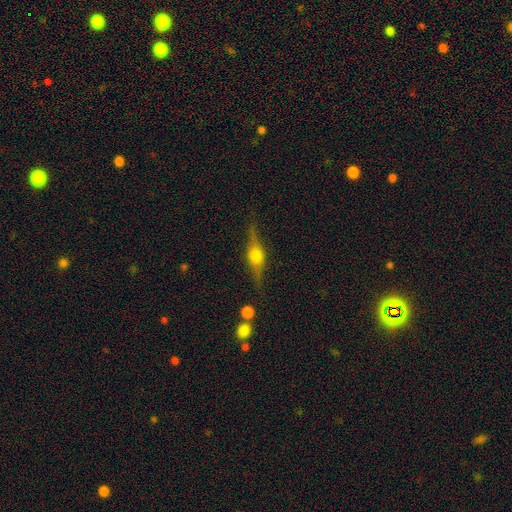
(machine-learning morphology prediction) Q: Smooth or featured?
A: featured or disk (74%); runner-up: smooth (19%)
Q: Edge-on disk?
A: yes (95%); runner-up: no (5%)
Q: Edge-on bulge?
A: rounded (94%); runner-up: boxy (4%)
Q: Merging?
A: none (83%); runner-up: minor disturbance (11%)